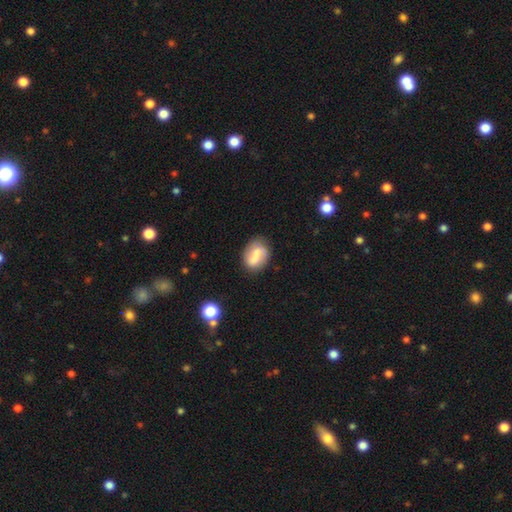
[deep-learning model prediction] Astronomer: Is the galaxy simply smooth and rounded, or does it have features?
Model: smooth — 50% (runner-up: featured or disk, 41%).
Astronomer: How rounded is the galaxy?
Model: in between — 75%.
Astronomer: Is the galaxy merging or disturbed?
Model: none — 71%.